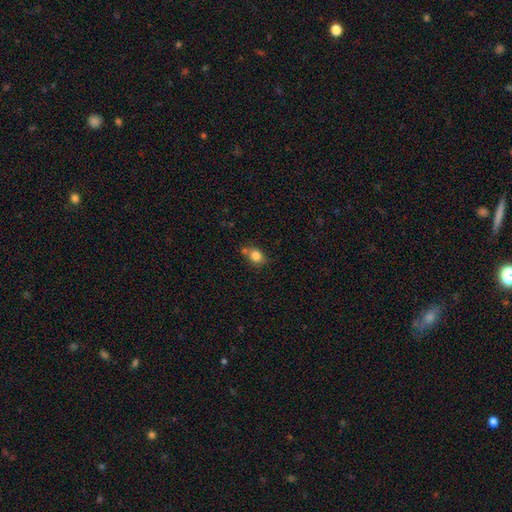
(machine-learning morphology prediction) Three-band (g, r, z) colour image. It shows a smooth galaxy with no disk features (81%) that is round (57%). Merging: none (58%).